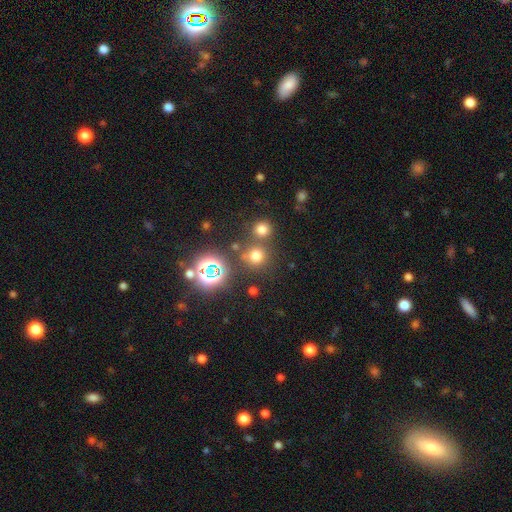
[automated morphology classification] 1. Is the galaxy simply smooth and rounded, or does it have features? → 66% smooth, 27% star or artifact, 7% featured or disk.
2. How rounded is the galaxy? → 91% round, 8% in between, 1% cigar-shaped.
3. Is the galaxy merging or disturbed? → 71% none, 17% merger, 8% minor disturbance, 4% major disturbance.